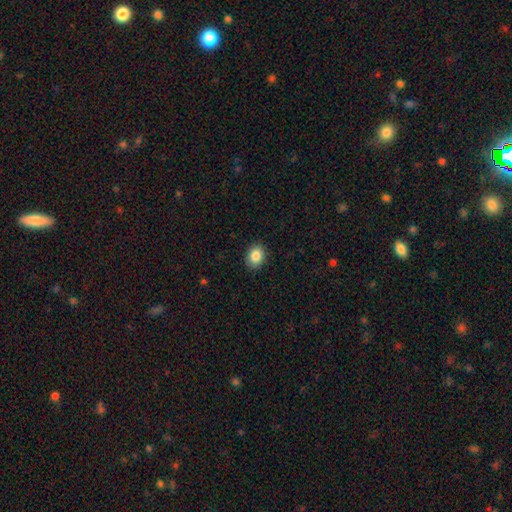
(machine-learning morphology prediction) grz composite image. It shows a smooth galaxy with no disk features (86%) that is in between round and cigar-shaped (59%). Merging: none (90%).